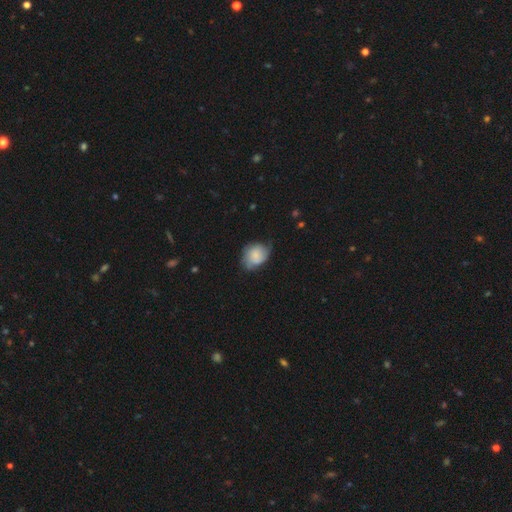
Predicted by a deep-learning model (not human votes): Smooth or featured? Predicted: smooth (p=0.67). How rounded? Predicted: in between (p=0.52). Merging? Predicted: none (p=0.49).